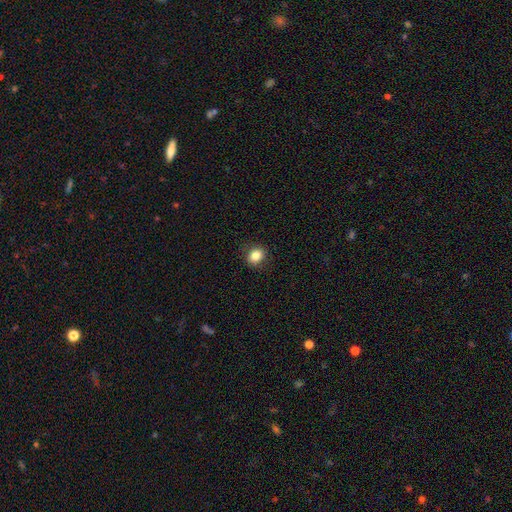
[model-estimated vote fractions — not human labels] smooth 84%, star or artifact 10%, featured or disk 6%. Down the decision tree: how rounded — round (63%); merging — none (87%).